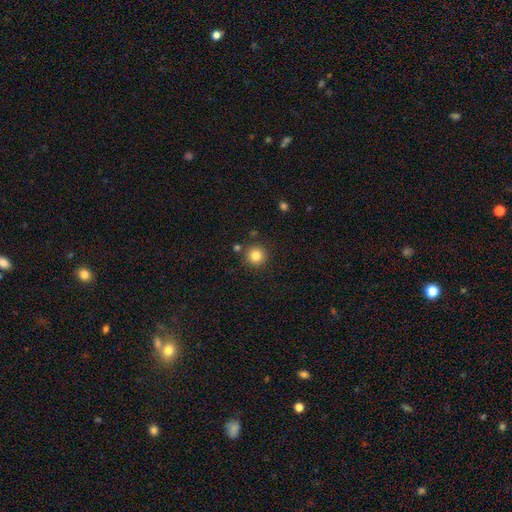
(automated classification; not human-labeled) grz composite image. It shows a smooth galaxy with no disk features (83%) that is round (95%). Merging: none (87%).